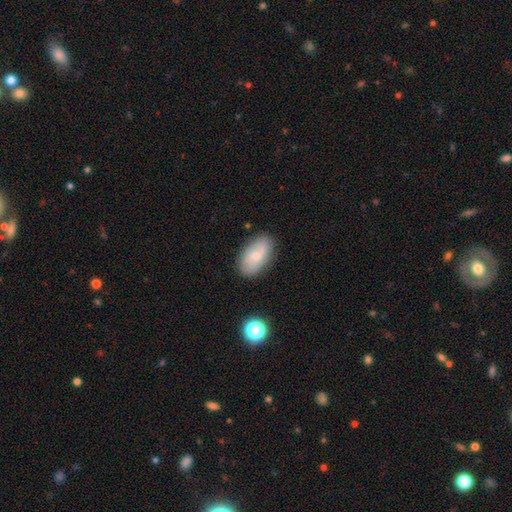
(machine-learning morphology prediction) A smooth galaxy with no disk features (54%) that is in between round and cigar-shaped (92%). Merging: none (80%).